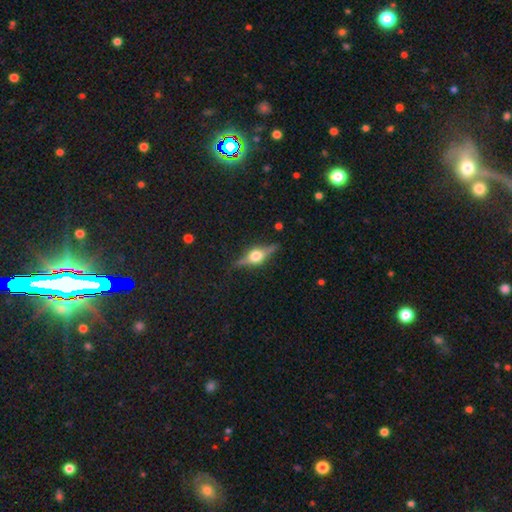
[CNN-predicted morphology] featured or disk 77%, smooth 16%, star or artifact 7%. Down the decision tree: edge-on disk — yes (96%); edge-on bulge — rounded (95%); merging — none (87%).